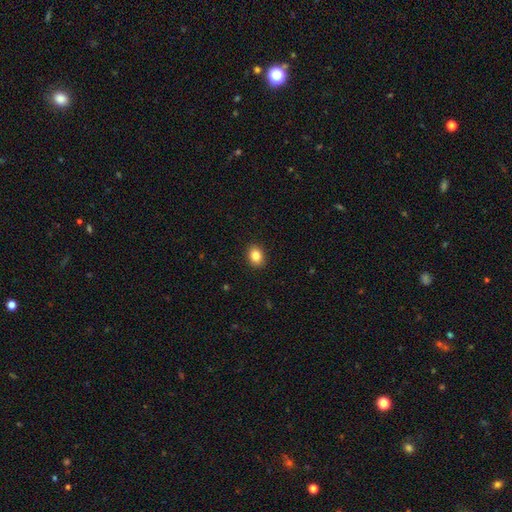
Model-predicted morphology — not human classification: A smooth galaxy with no disk features (85%) that is in between round and cigar-shaped (58%). Merging: none (91%).